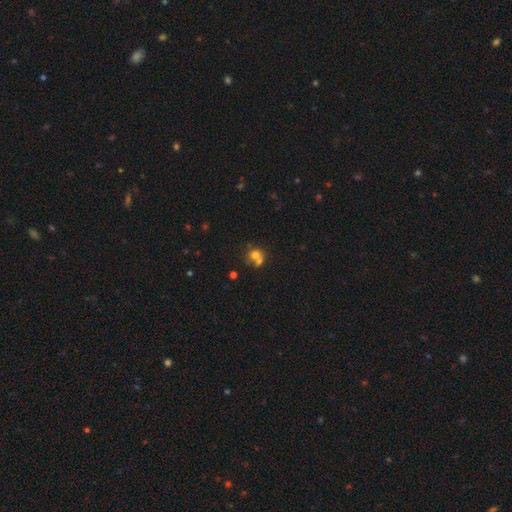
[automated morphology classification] Smooth or featured? Predicted: smooth (p=0.69). How rounded? Predicted: round (p=0.79). Merging? Predicted: merger (p=0.51).